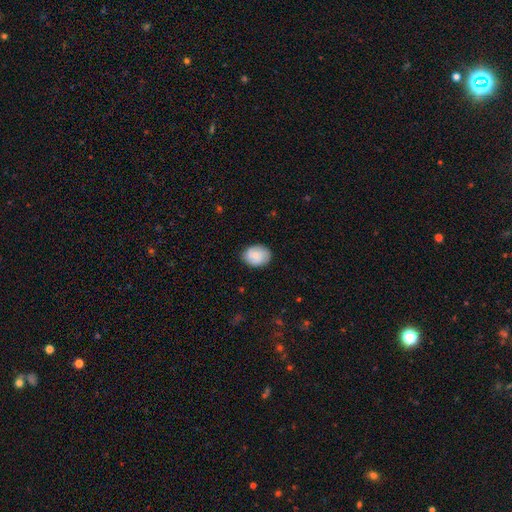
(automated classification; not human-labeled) Overall: smooth (71%). How rounded: in between (61%; round 38%). Merging: none (81%).